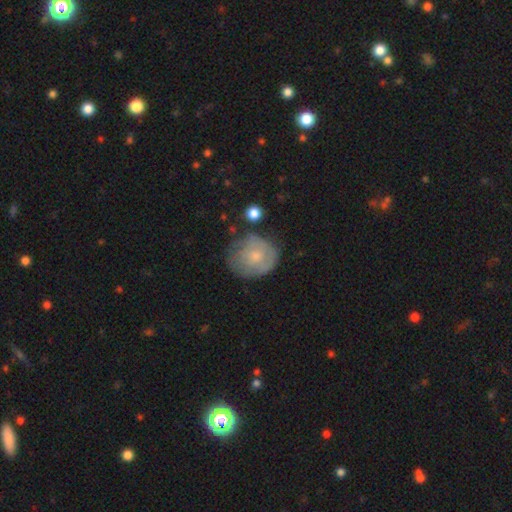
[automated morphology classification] This is possibly a smooth galaxy (54%). How rounded: likely round (78%). Merging: possibly none (55%).